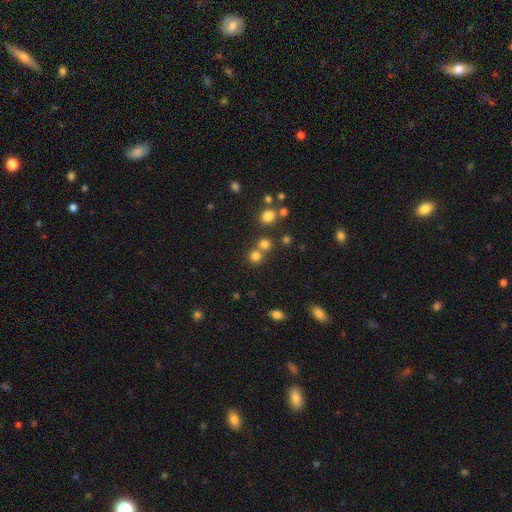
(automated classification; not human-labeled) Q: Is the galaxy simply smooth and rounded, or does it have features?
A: smooth — 74%.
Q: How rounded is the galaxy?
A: round — 90%.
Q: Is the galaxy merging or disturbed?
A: none — 61%.